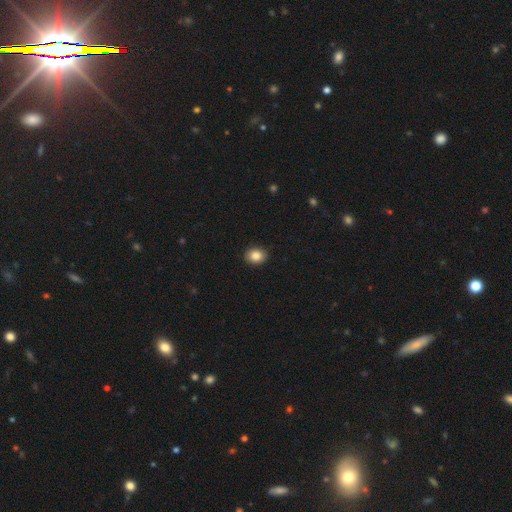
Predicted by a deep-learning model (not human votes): A smooth galaxy with no disk features (87%) that is round (51%).

Vote fractions:
- Smooth or featured? smooth: 87% / star or artifact: 8% / featured or disk: 5%
- How rounded? round: 51% / in between: 48% / cigar-shaped: 1%
- Merging? none: 91% / minor disturbance: 7% / major disturbance: 2% / merger: 1%